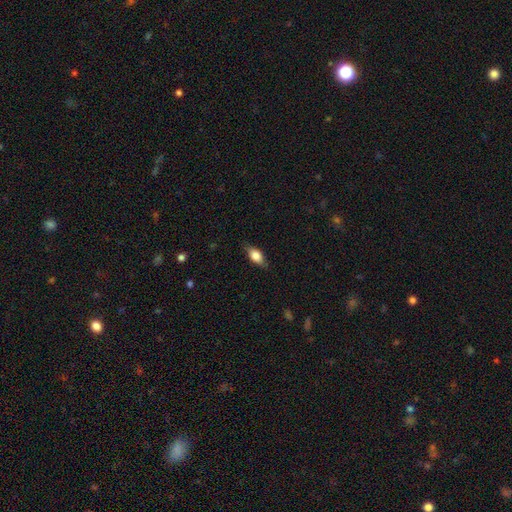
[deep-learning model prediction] A smooth galaxy with no disk features (76%) that is in between round and cigar-shaped (84%).

Vote fractions:
- Smooth or featured? smooth: 76% / featured or disk: 17% / star or artifact: 7%
- How rounded? in between: 84% / cigar-shaped: 11% / round: 5%
- Merging? none: 79% / minor disturbance: 16% / major disturbance: 3% / merger: 1%